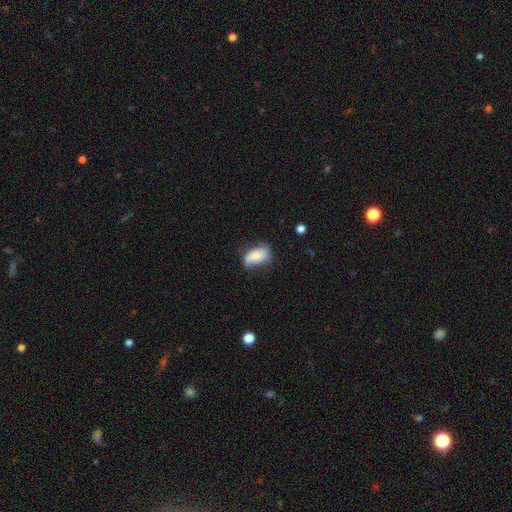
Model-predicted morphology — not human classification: A smooth galaxy with no disk features (51%) that is in between round and cigar-shaped (88%).

Vote fractions:
- Smooth or featured? smooth: 51% / featured or disk: 41% / star or artifact: 7%
- How rounded? in between: 88% / round: 9% / cigar-shaped: 2%
- Merging? none: 56% / minor disturbance: 32% / major disturbance: 10% / merger: 2%